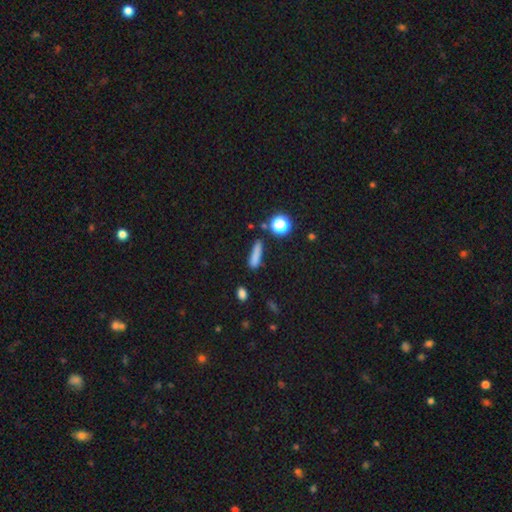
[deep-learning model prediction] This appears to be a smooth galaxy with no disk features (79%) that is cigar-shaped (78%). Merging: none (80%).